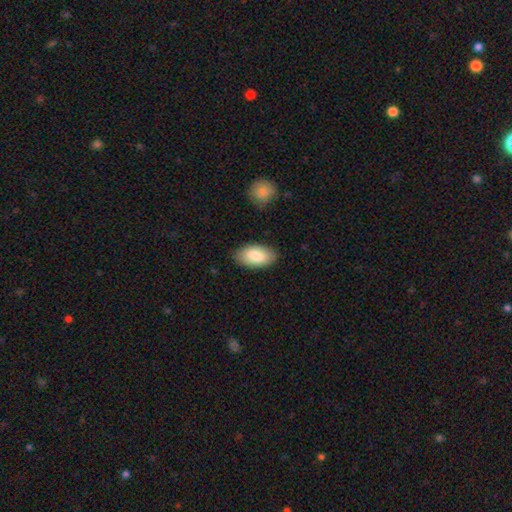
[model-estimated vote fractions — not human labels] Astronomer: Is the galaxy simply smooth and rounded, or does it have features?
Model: smooth — 84%.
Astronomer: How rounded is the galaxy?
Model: in between — 95%.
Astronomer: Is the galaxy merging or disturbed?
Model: none — 85%.